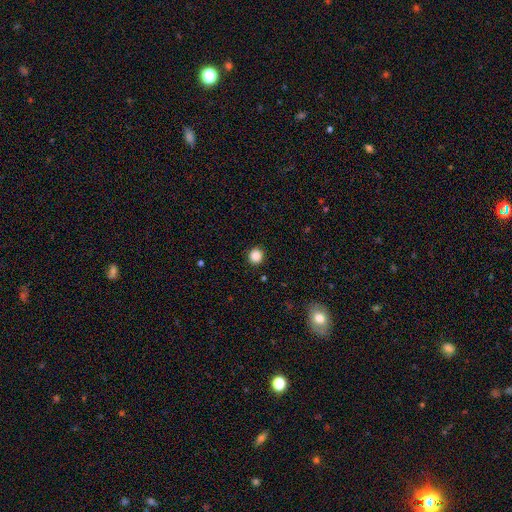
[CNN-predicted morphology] smooth-or-featured: smooth: 87% | star or artifact: 10% | featured or disk: 3%
  how-rounded: round: 91% | in between: 8% | cigar-shaped: 1%
  merging: none: 91% | minor disturbance: 6% | major disturbance: 2% | merger: 1%